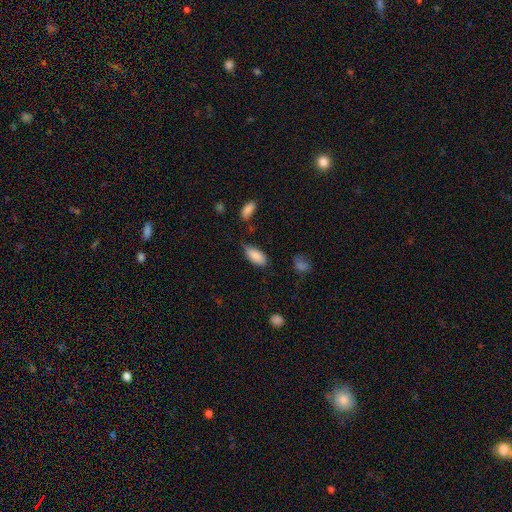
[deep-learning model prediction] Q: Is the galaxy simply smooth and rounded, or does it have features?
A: smooth — 87%.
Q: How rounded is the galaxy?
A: in between — 90%.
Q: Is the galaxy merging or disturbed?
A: none — 63%.